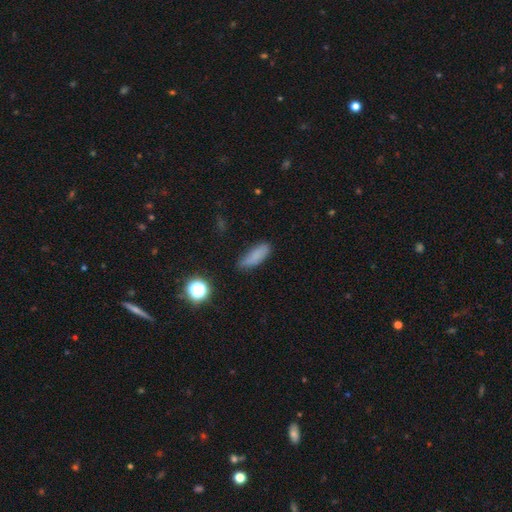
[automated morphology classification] This appears to be a smooth galaxy with no disk features (79%) that is in between round and cigar-shaped (60%). Merging: none (70%).